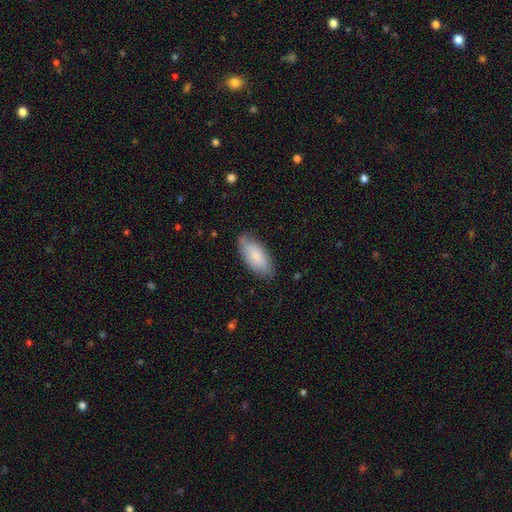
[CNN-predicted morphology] This is clearly a smooth galaxy (81%). How rounded: clearly in between (84%). Merging: likely none (80%).